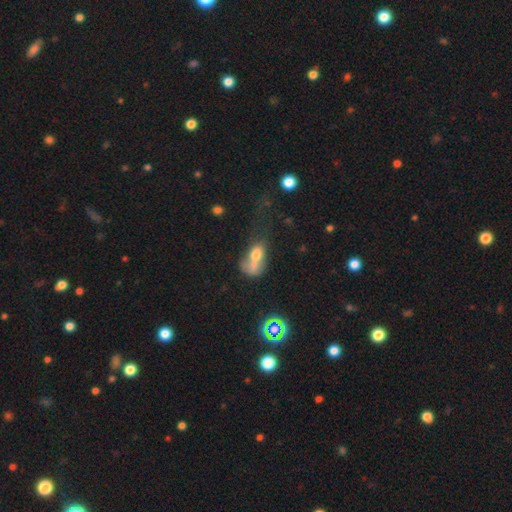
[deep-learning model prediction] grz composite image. It shows a smooth galaxy with no disk features (57%) that is in between round and cigar-shaped (66%). Merging: merger (52%).